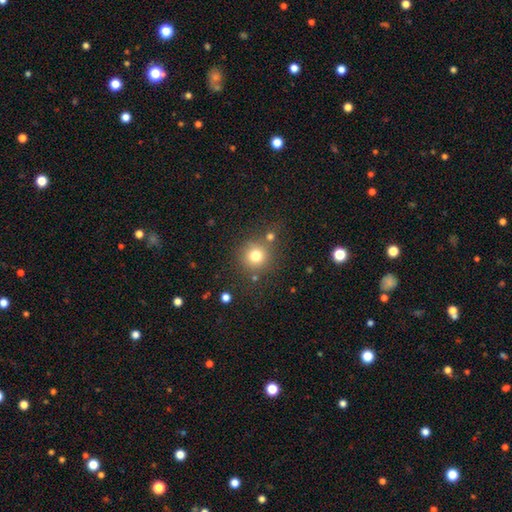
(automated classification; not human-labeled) Smooth or featured? smooth (77%)
How rounded? round (93%)
Merging? none (76%)